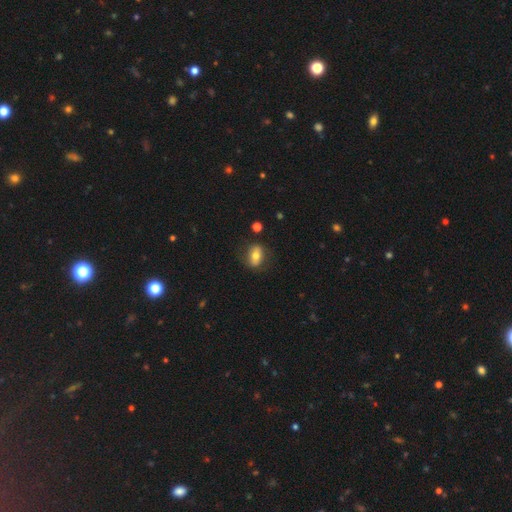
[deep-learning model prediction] Smooth or featured? smooth (62%)
How rounded? in between (75%)
Merging? none (79%)